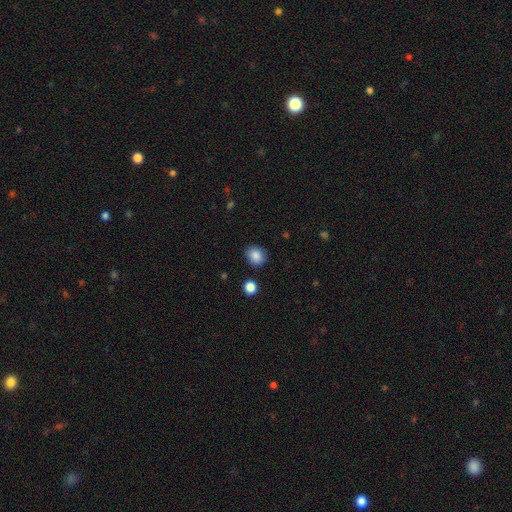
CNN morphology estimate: A smooth galaxy with no disk features (87%) that is round (62%).

Vote fractions:
- Smooth or featured? smooth: 87% / star or artifact: 9% / featured or disk: 4%
- How rounded? round: 62% / in between: 37% / cigar-shaped: 1%
- Merging? none: 85% / minor disturbance: 10% / major disturbance: 3% / merger: 2%